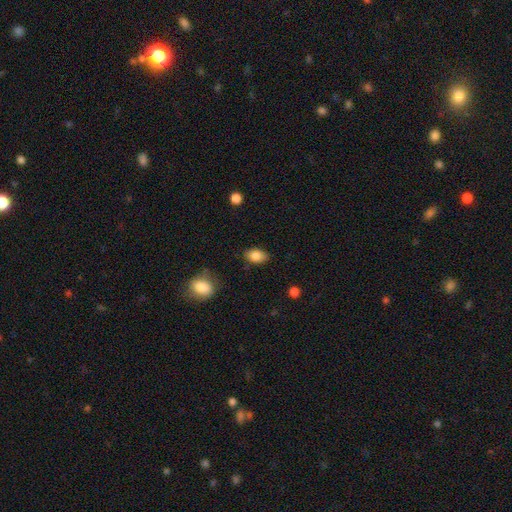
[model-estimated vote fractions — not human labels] Smooth or featured: smooth — 85% (star or artifact — 8%)
How rounded: in between — 84% (round — 14%)
Merging: none — 82% (minor disturbance — 13%)